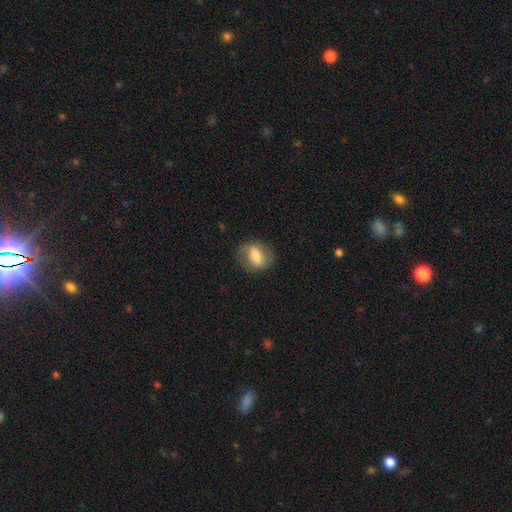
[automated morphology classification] Smooth or featured: smooth — 59% (featured or disk — 34%)
How rounded: in between — 64% (round — 34%)
Merging: none — 79% (minor disturbance — 14%)